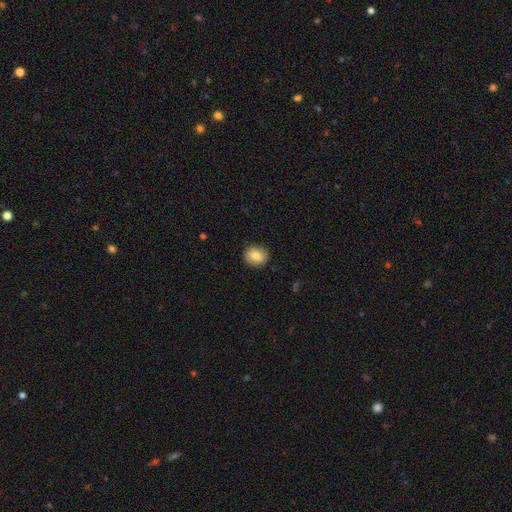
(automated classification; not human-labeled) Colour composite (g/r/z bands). It shows a smooth galaxy with no disk features (81%) that is round (72%). Merging: none (90%).